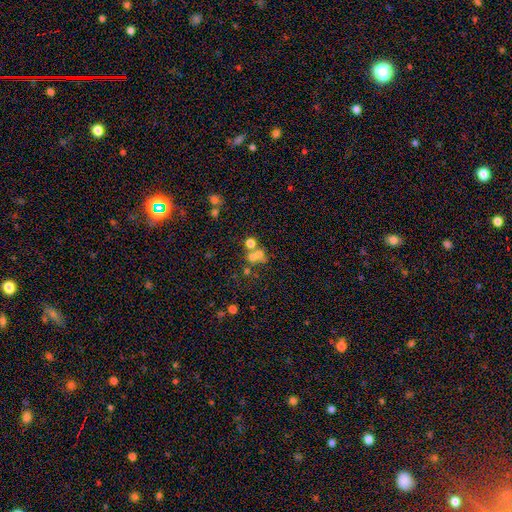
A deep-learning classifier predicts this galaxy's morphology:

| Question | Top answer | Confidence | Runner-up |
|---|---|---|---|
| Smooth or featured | smooth | 54% | featured or disk (24%) |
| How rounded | round | 81% | in between (17%) |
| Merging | merger | 49% | none (39%) |